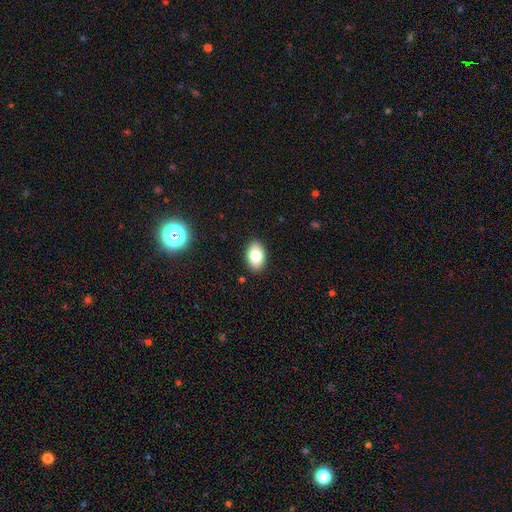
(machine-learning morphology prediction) Smooth or featured? Predicted: smooth (p=0.81). How rounded? Predicted: in between (p=0.91). Merging? Predicted: none (p=0.89).